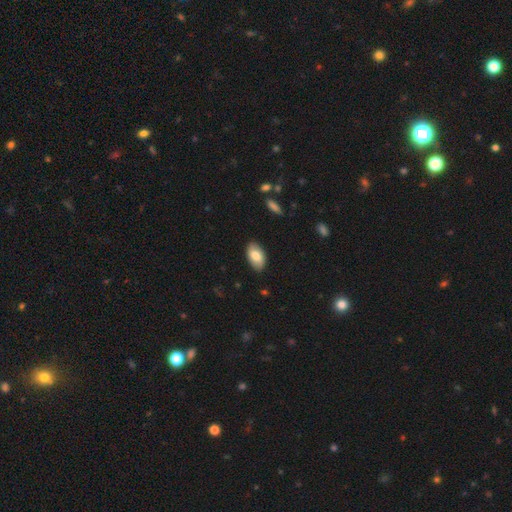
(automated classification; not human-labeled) Smooth or featured?
  - smooth: 79% *
  - featured or disk: 16%
  - star or artifact: 6%
How rounded?
  - in between: 95% *
  - round: 3%
  - cigar-shaped: 2%
Merging?
  - none: 86% *
  - minor disturbance: 11%
  - major disturbance: 2%
  - merger: 1%